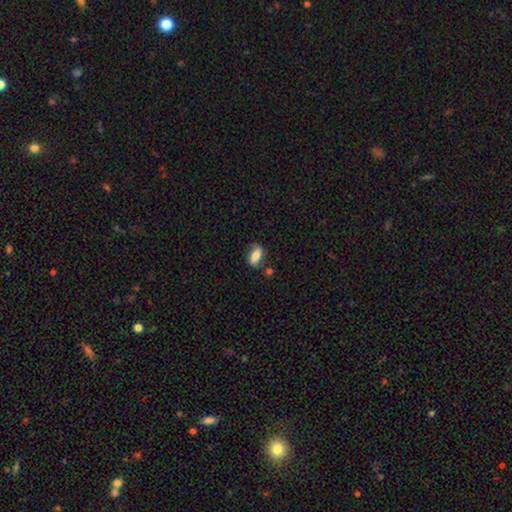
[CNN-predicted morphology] Smooth or featured? Predicted: smooth (p=0.74). How rounded? Predicted: in between (p=0.86). Merging? Predicted: none (p=0.66).